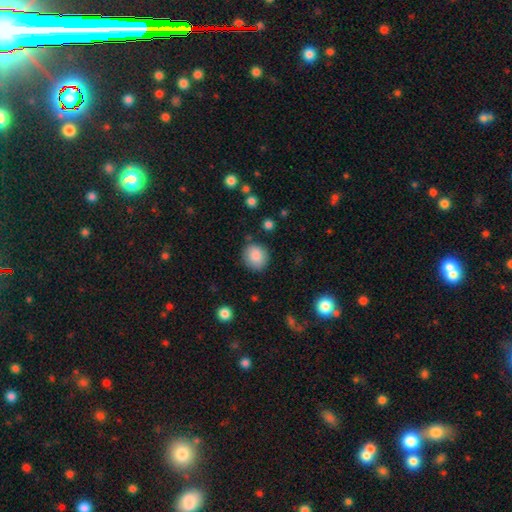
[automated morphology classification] Overall: smooth (86%). How rounded: round (80%). Merging: none (83%).